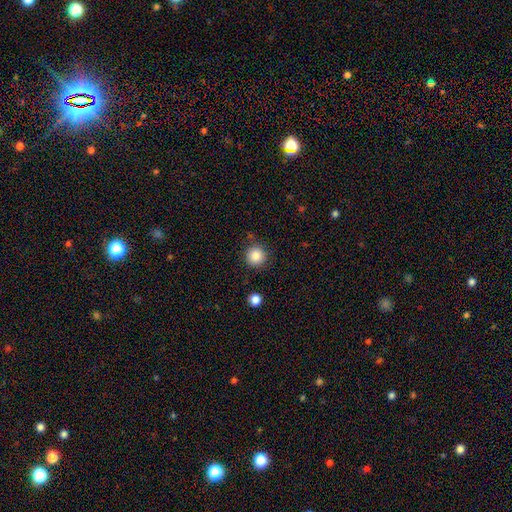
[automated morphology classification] smooth-or-featured: smooth: 85% | star or artifact: 10% | featured or disk: 5%
  how-rounded: round: 95% | in between: 4% | cigar-shaped: 1%
  merging: none: 85% | minor disturbance: 9% | major disturbance: 3% | merger: 3%